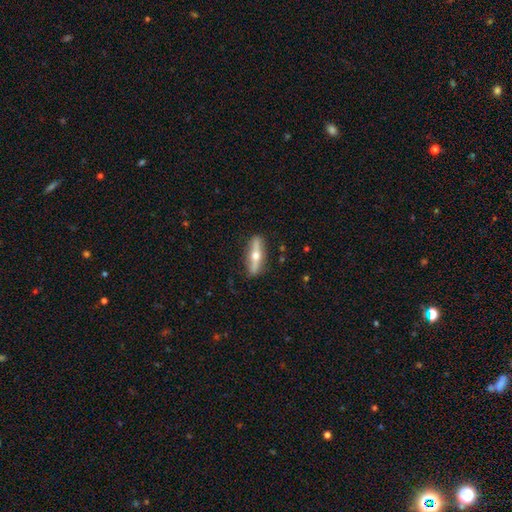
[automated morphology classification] type=featured or disk (63%); edge-on=yes (90%); edge-on bulge=rounded (96%); merging=none (86%).